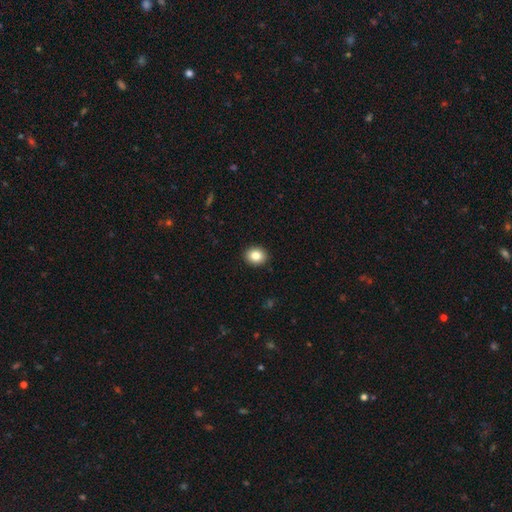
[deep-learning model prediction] This is clearly a smooth galaxy (84%). How rounded: likely round (68%). Merging: clearly none (92%).